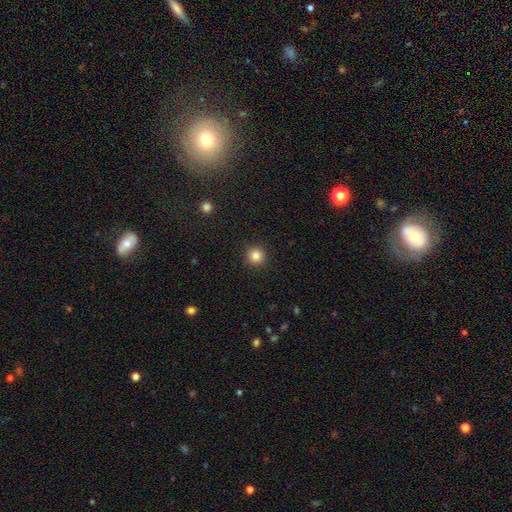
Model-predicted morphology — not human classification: smooth_or_featured: smooth (p=0.84) [alt: star or artifact p=0.12]
how_rounded: round (p=0.95) [alt: in between p=0.04]
merging: none (p=0.93) [alt: minor disturbance p=0.05]